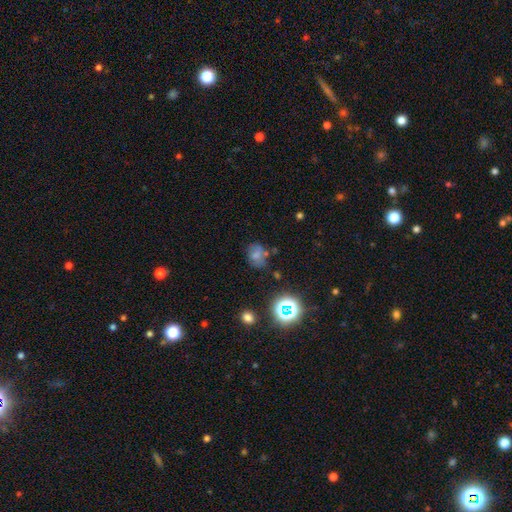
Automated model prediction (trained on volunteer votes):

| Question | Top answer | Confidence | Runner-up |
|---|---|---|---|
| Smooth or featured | smooth | 45% | star or artifact (34%) |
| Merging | none | 65% | minor disturbance (19%) |